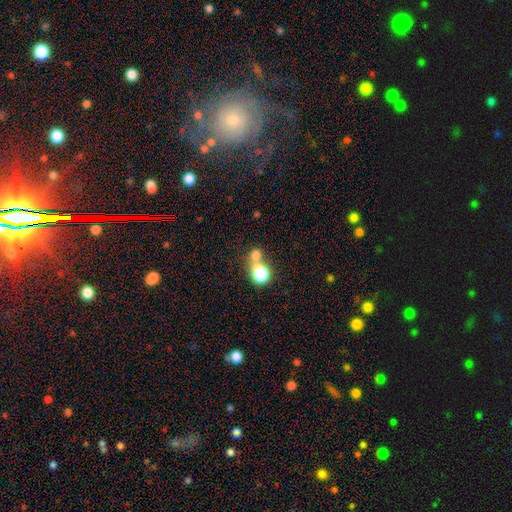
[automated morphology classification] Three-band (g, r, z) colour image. It shows a smooth galaxy with no disk features (71%) that is round (66%). Merging: merger (55%).